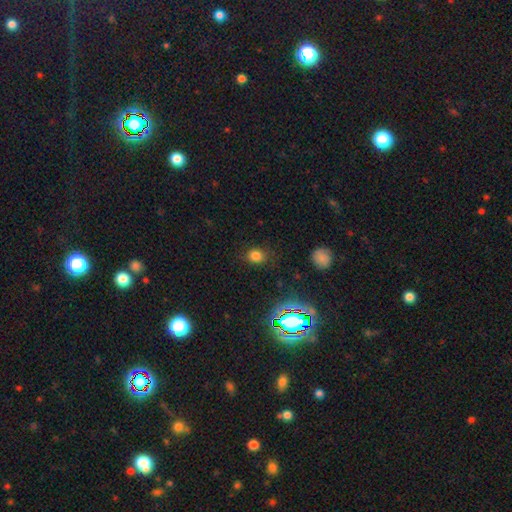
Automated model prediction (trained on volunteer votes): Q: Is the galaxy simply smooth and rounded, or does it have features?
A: smooth — 74%.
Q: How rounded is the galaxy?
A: round — 63%.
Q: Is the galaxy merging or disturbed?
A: none — 80%.